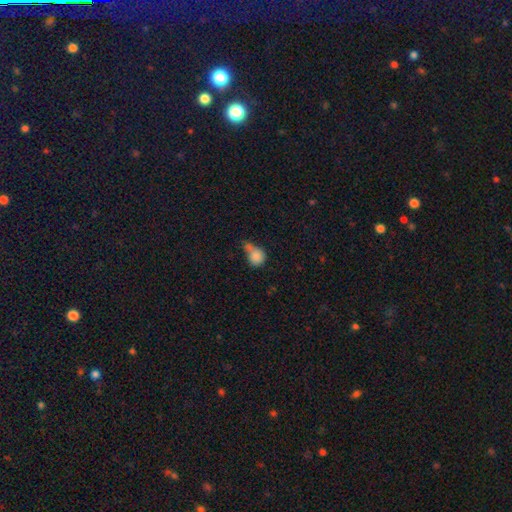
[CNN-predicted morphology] smooth-or-featured: smooth: 82% | star or artifact: 9% | featured or disk: 8%
  how-rounded: round: 71% | in between: 27% | cigar-shaped: 1%
  merging: merger: 35% | none: 29% | minor disturbance: 21% | major disturbance: 15%